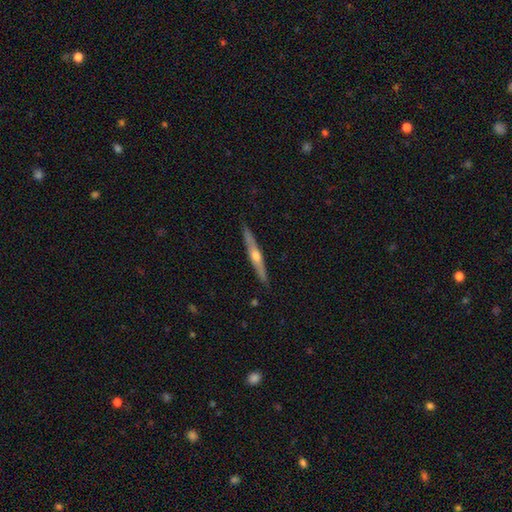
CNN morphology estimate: Q: Smooth or featured?
A: featured or disk (71%); runner-up: smooth (23%)
Q: Edge-on disk?
A: yes (97%); runner-up: no (3%)
Q: Edge-on bulge?
A: rounded (89%); runner-up: none (7%)
Q: Merging?
A: none (91%); runner-up: minor disturbance (7%)